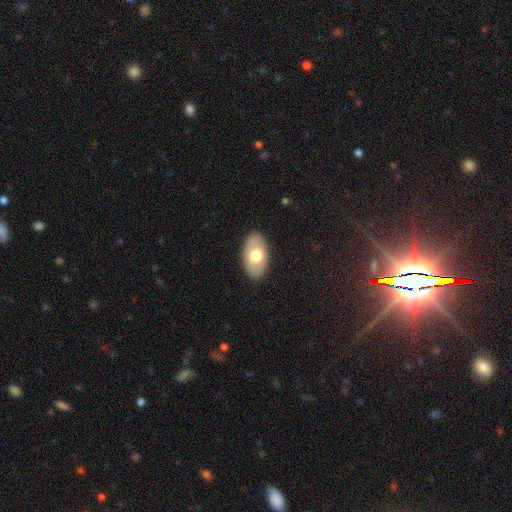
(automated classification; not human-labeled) Q: Smooth or featured?
A: smooth (63%); runner-up: featured or disk (32%)
Q: How rounded?
A: in between (93%); runner-up: round (6%)
Q: Merging?
A: none (87%); runner-up: minor disturbance (9%)